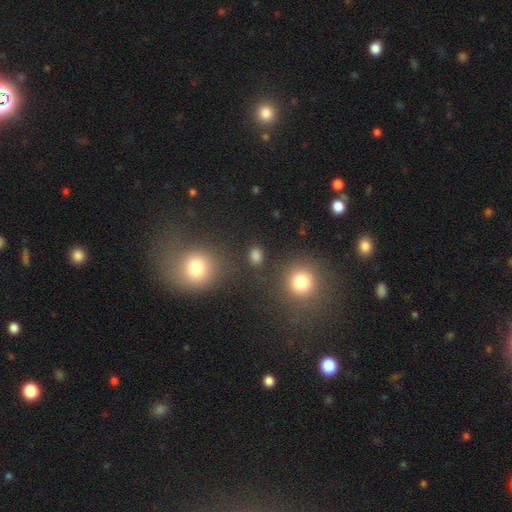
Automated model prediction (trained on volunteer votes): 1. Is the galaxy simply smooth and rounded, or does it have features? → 80% smooth, 15% star or artifact, 4% featured or disk.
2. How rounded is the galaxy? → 57% in between, 41% round, 2% cigar-shaped.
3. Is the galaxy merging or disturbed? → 84% none, 9% minor disturbance, 4% merger, 4% major disturbance.